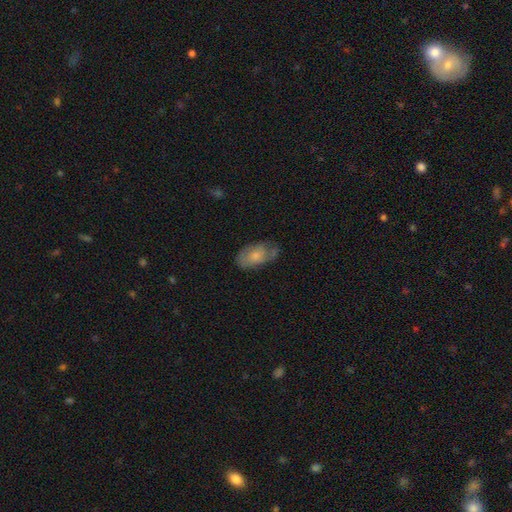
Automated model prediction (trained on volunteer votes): smooth 66%, featured or disk 27%, star or artifact 7%. Down the decision tree: how rounded — in between (92%); merging — none (55%).